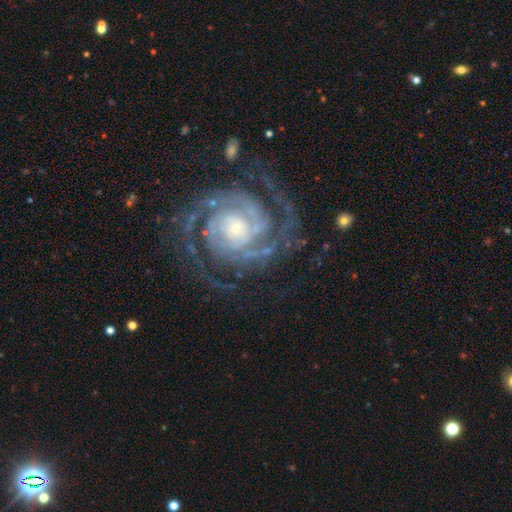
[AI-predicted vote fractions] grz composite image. It shows a featured or disk galaxy (92%) with no bar (59%), 2 (55%) tight (74%) spiral arms (99%) and a small central bulge (50%). Merging: none (77%).